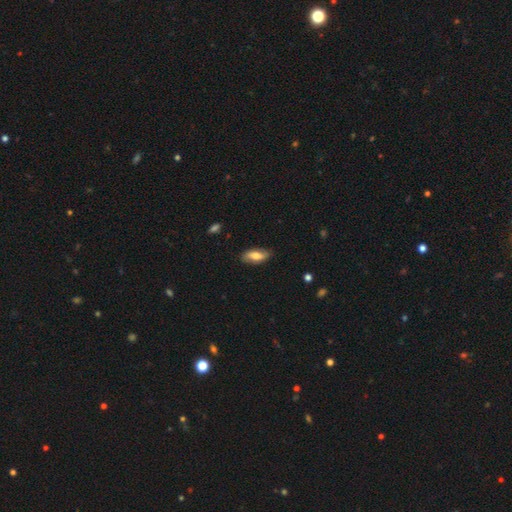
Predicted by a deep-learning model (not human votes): The model was most divided on "smooth or featured": smooth: 62%, featured or disk: 32%, star or artifact: 6%. More confident: merging — none (82%); how rounded — in between (81%).